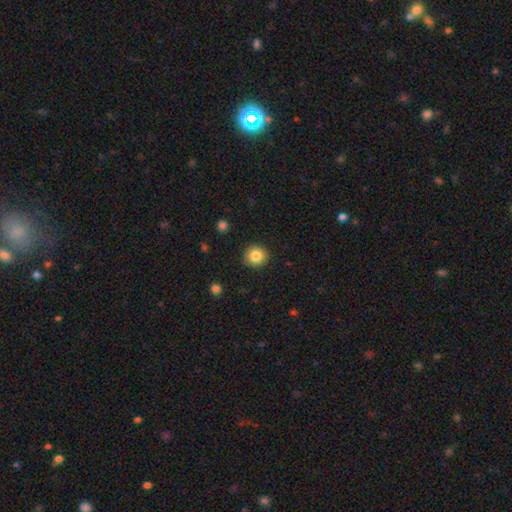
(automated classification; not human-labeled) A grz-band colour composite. It shows a smooth galaxy with no disk features (84%) that is round (91%). Merging: none (91%).